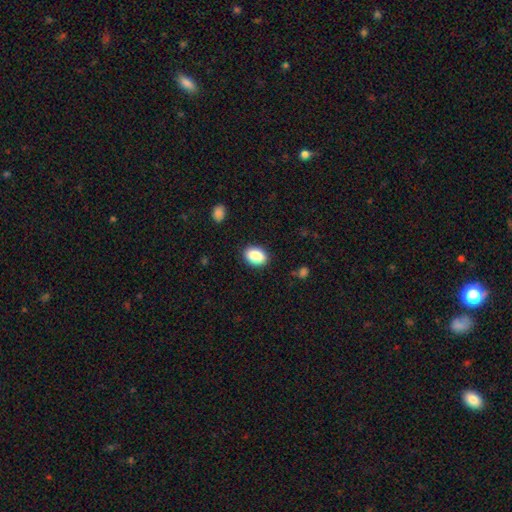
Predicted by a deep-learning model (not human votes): Smooth or featured?
  - smooth: 87% *
  - star or artifact: 8%
  - featured or disk: 5%
How rounded?
  - in between: 83% *
  - round: 15%
  - cigar-shaped: 1%
Merging?
  - none: 88% *
  - minor disturbance: 8%
  - major disturbance: 2%
  - merger: 1%